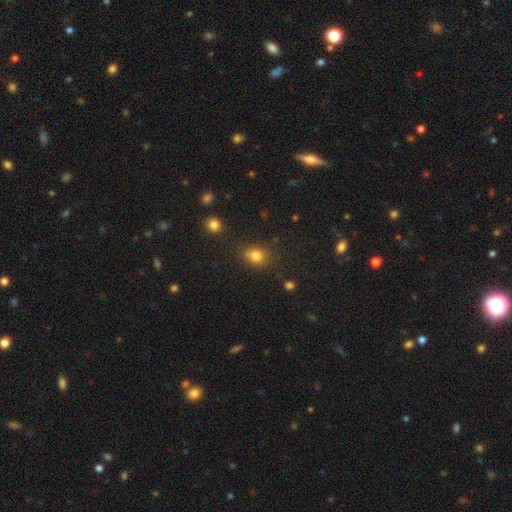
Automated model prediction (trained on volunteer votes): This is clearly a smooth galaxy (81%). How rounded: likely round (62%). Merging: likely none (76%).